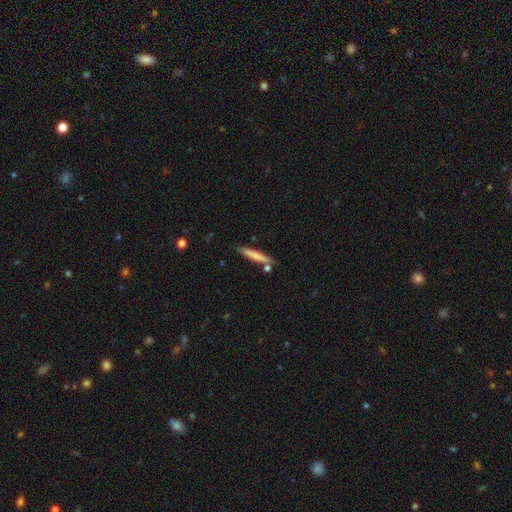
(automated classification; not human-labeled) smooth-or-featured: smooth: 71% | featured or disk: 24% | star or artifact: 6%
  how-rounded: cigar-shaped: 94% | in between: 4% | round: 1%
  merging: none: 79% | minor disturbance: 12% | merger: 7% | major disturbance: 2%